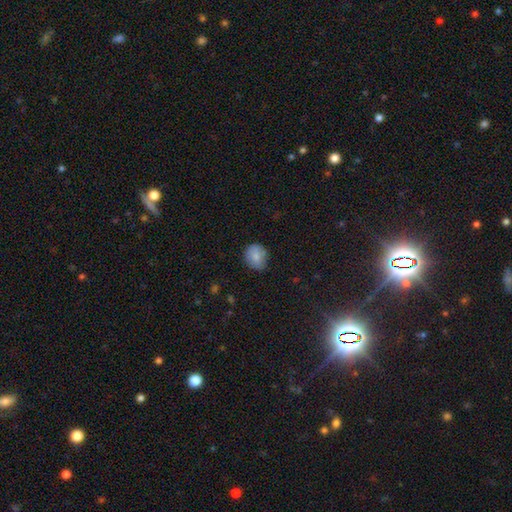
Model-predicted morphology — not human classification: Smooth or featured?
  - smooth: 81% *
  - featured or disk: 11%
  - star or artifact: 8%
How rounded?
  - round: 64% *
  - in between: 35%
  - cigar-shaped: 1%
Merging?
  - none: 70% *
  - minor disturbance: 24%
  - major disturbance: 4%
  - merger: 2%